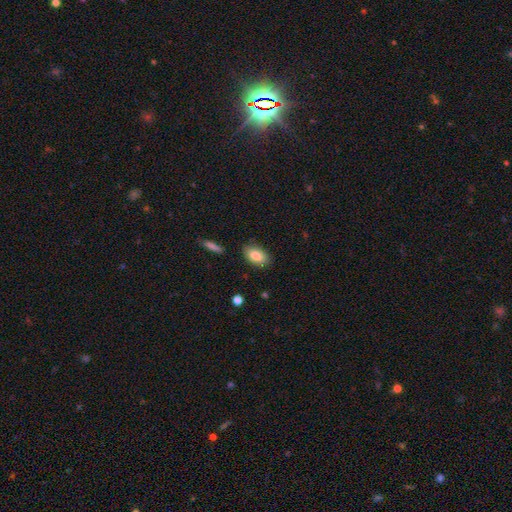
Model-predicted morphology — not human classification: smooth-or-featured: smooth: 85% | featured or disk: 8% | star or artifact: 7%
  how-rounded: in between: 91% | round: 6% | cigar-shaped: 3%
  merging: none: 85% | minor disturbance: 11% | major disturbance: 3% | merger: 2%